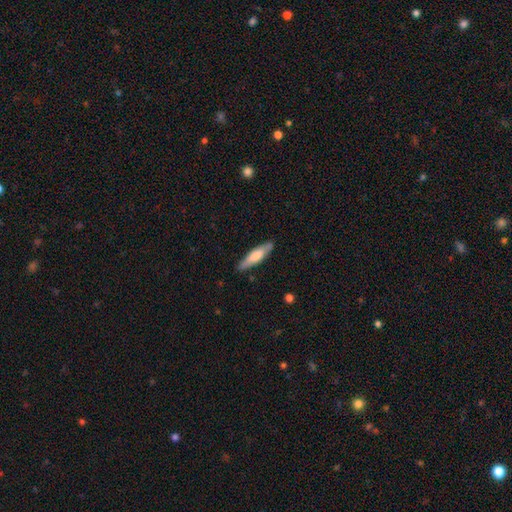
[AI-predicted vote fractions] Smooth or featured: smooth — 65% (featured or disk — 30%)
How rounded: cigar-shaped — 72% (in between — 27%)
Merging: none — 85% (minor disturbance — 12%)